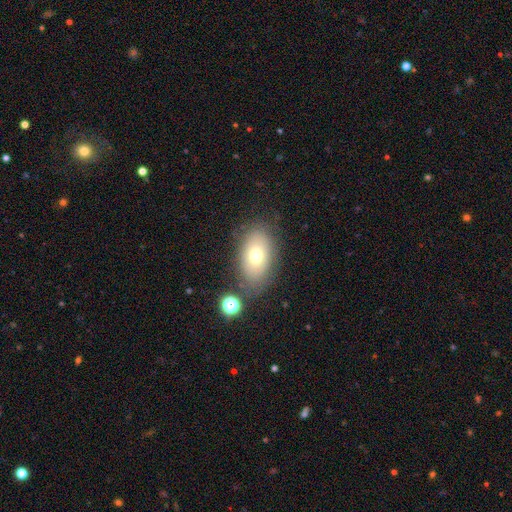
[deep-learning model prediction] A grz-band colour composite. It shows a smooth galaxy with no disk features (69%) that is in between round and cigar-shaped (89%). Merging: none (75%).